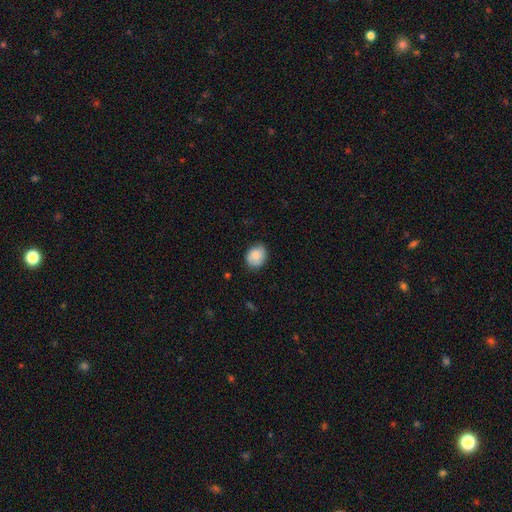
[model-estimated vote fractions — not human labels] smooth-or-featured: smooth: 82% | featured or disk: 11% | star or artifact: 7%
  how-rounded: in between: 51% | round: 48% | cigar-shaped: 1%
  merging: none: 78% | minor disturbance: 18% | major disturbance: 3% | merger: 1%